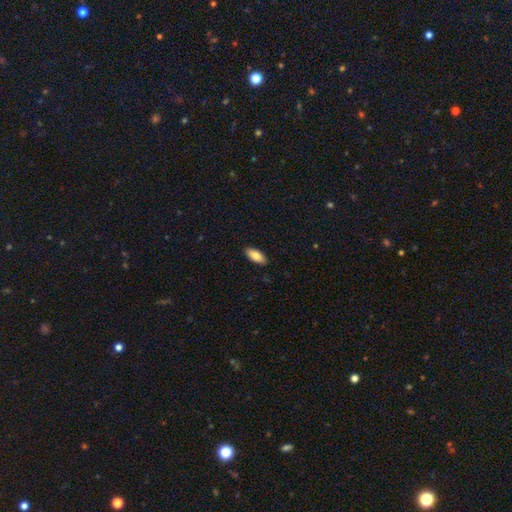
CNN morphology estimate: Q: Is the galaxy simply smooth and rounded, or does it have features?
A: smooth — 85%.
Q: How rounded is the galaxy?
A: in between — 87%.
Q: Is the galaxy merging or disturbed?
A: none — 90%.